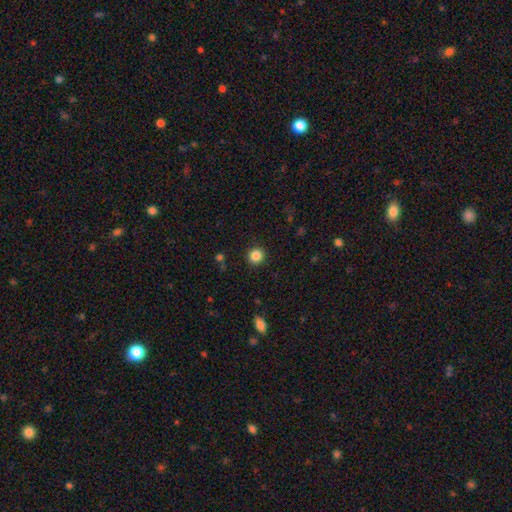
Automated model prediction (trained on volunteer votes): A smooth galaxy with no disk features (85%) that is round (93%). Merging: none (92%).